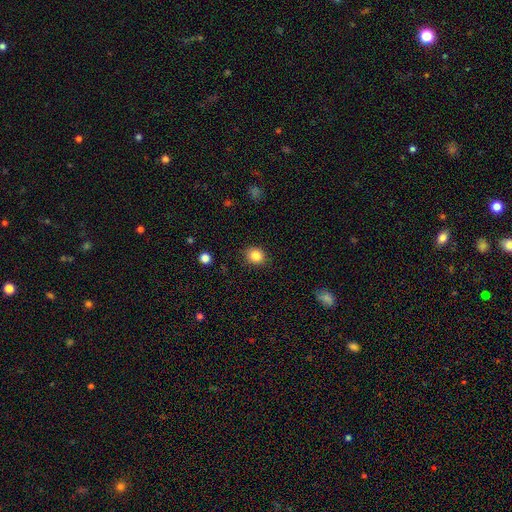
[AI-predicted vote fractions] smooth-or-featured: smooth: 85% | star or artifact: 10% | featured or disk: 5%
  how-rounded: round: 70% | in between: 29% | cigar-shaped: 1%
  merging: none: 86% | minor disturbance: 10% | major disturbance: 3% | merger: 1%